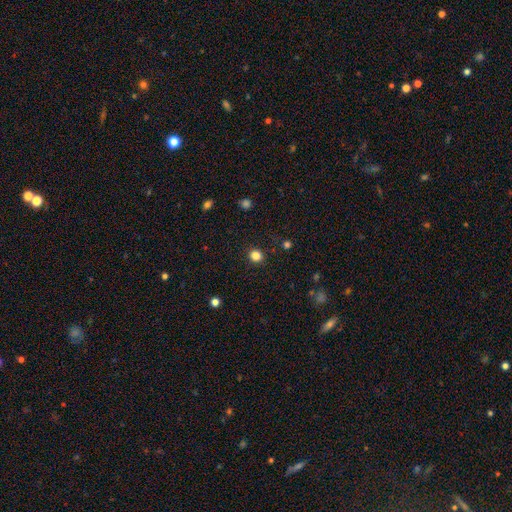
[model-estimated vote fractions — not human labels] Smooth or featured? Predicted: smooth (p=0.83). How rounded? Predicted: round (p=0.84). Merging? Predicted: none (p=0.91).